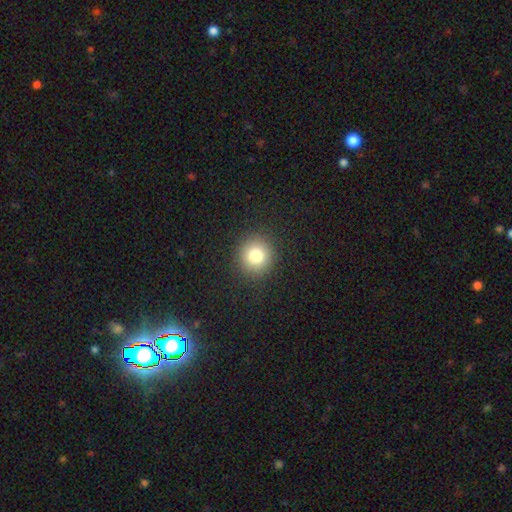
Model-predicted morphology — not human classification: This is clearly a smooth galaxy (81%). How rounded: clearly round (91%). Merging: clearly none (91%).